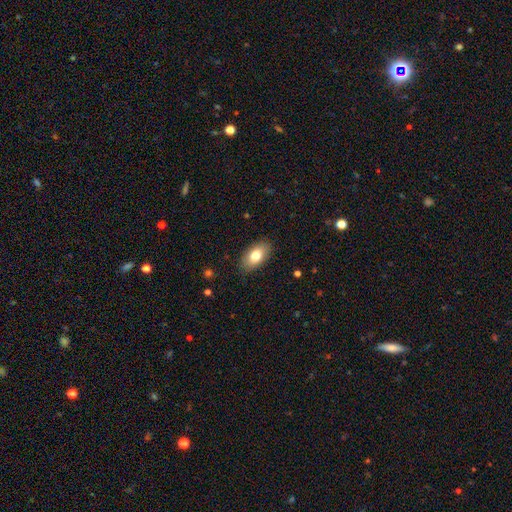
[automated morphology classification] Smooth or featured? Predicted: smooth (p=0.78). How rounded? Predicted: in between (p=0.92). Merging? Predicted: none (p=0.86).